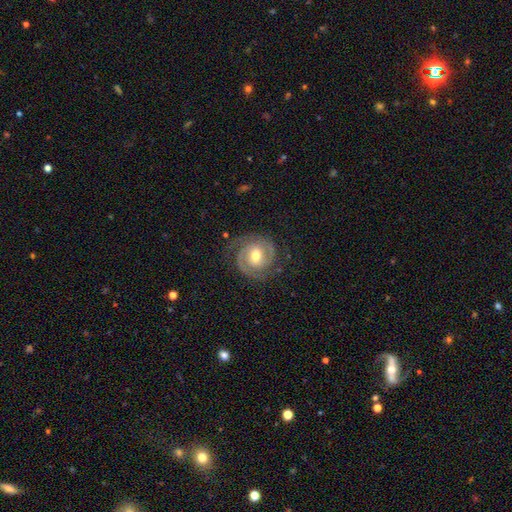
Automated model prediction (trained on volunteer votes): smooth_or_featured: featured or disk (p=0.87) [alt: smooth p=0.08]
disk_edge_on: no (p=0.98) [alt: yes p=0.02]
bar: weak (p=0.43) [alt: no p=0.42]
has_spiral_arms: yes (p=0.97) [alt: no p=0.03]
spiral_winding: tight (p=0.61) [alt: medium p=0.33]
spiral_arm_count: 2 (p=0.86) [alt: can't tell p=0.05]
bulge_size: moderate (p=0.74) [alt: small p=0.18]
merging: none (p=0.78) [alt: minor disturbance p=0.14]